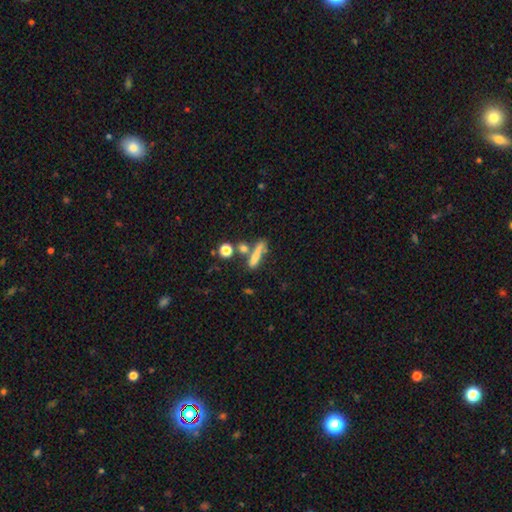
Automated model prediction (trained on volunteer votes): smooth 67%, featured or disk 21%, star or artifact 12%. Down the decision tree: how rounded — cigar-shaped (72%); merging — none (51%).